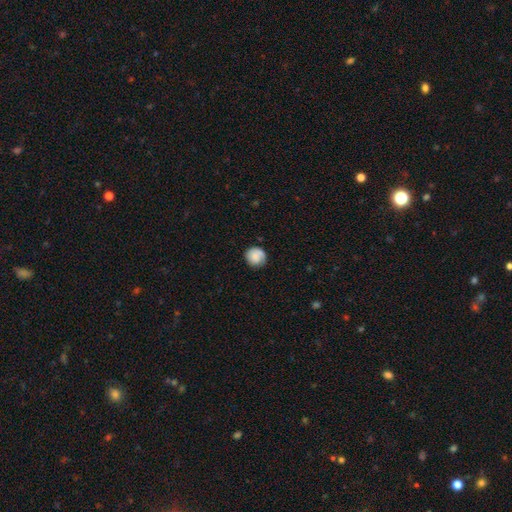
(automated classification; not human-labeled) Smooth or featured? Predicted: smooth (p=0.78). How rounded? Predicted: round (p=0.90). Merging? Predicted: none (p=0.78).